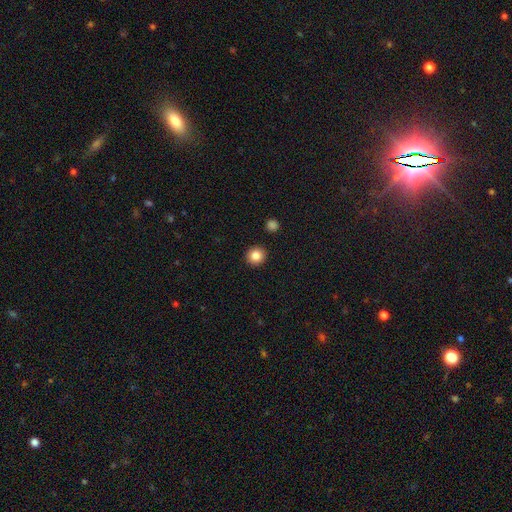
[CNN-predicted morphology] type=smooth (85%); roundness=round (92%); merging=none (93%).